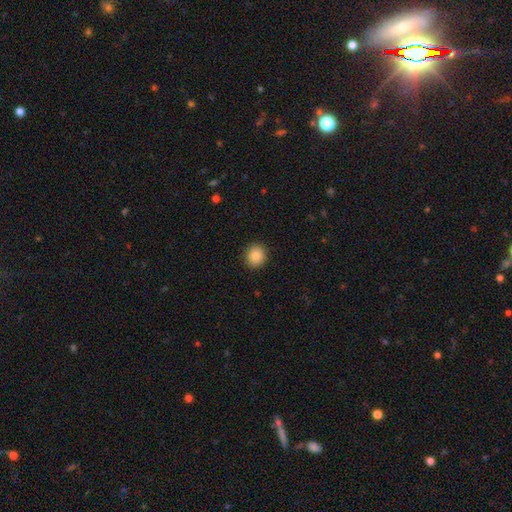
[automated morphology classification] Q: Smooth or featured?
A: smooth (86%); runner-up: star or artifact (9%)
Q: How rounded?
A: round (85%); runner-up: in between (14%)
Q: Merging?
A: none (91%); runner-up: minor disturbance (6%)